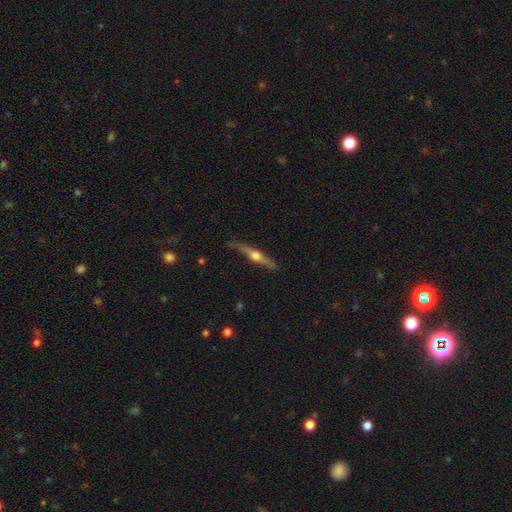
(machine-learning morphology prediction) The model was most divided on "smooth or featured": featured or disk: 68%, smooth: 26%, star or artifact: 5%. More confident: edge-on disk — yes (97%); edge-on bulge — rounded (94%); merging — none (84%).